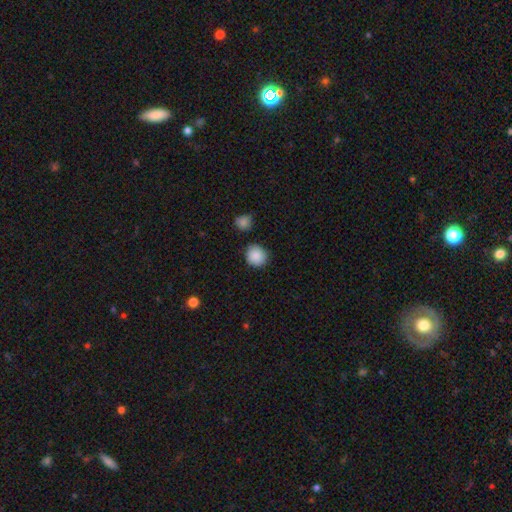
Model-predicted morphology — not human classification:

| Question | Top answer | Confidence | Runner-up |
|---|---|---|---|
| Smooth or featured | smooth | 88% | star or artifact (8%) |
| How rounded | round | 89% | in between (10%) |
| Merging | none | 83% | minor disturbance (11%) |